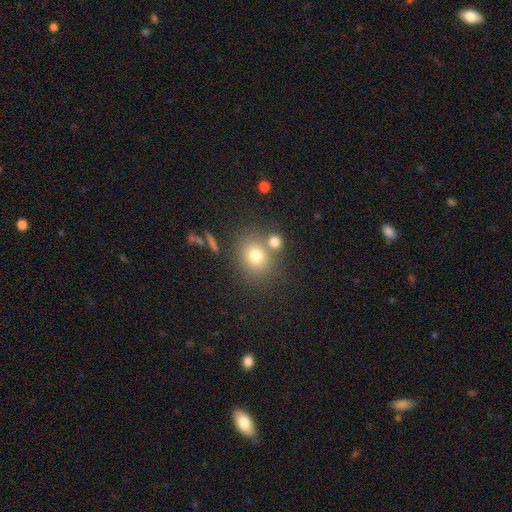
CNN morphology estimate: smooth_or_featured: smooth (p=0.75) [alt: star or artifact p=0.14]
how_rounded: round (p=0.70) [alt: in between p=0.29]
merging: none (p=0.66) [alt: merger p=0.19]